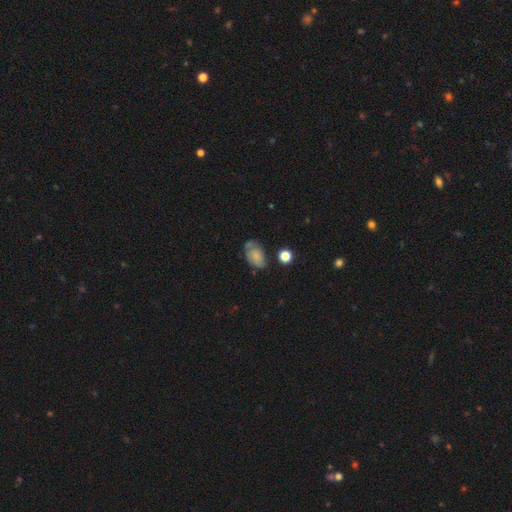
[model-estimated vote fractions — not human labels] smooth-or-featured: smooth: 68% | featured or disk: 23% | star or artifact: 9%
  how-rounded: in between: 88% | round: 10% | cigar-shaped: 2%
  merging: none: 50% | minor disturbance: 31% | major disturbance: 11% | merger: 9%